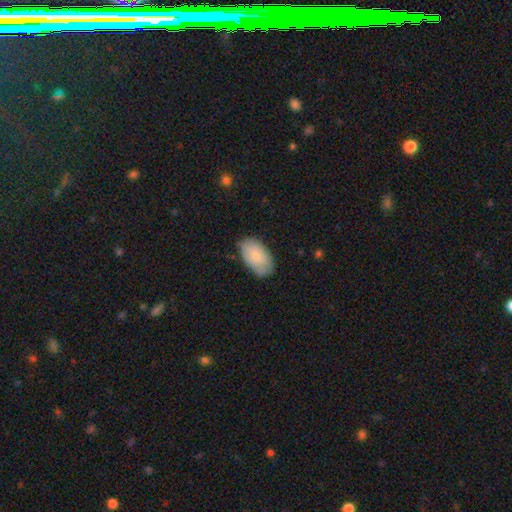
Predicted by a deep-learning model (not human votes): Q: Smooth or featured?
A: smooth (81%); runner-up: featured or disk (13%)
Q: How rounded?
A: in between (94%); runner-up: round (4%)
Q: Merging?
A: none (73%); runner-up: minor disturbance (22%)